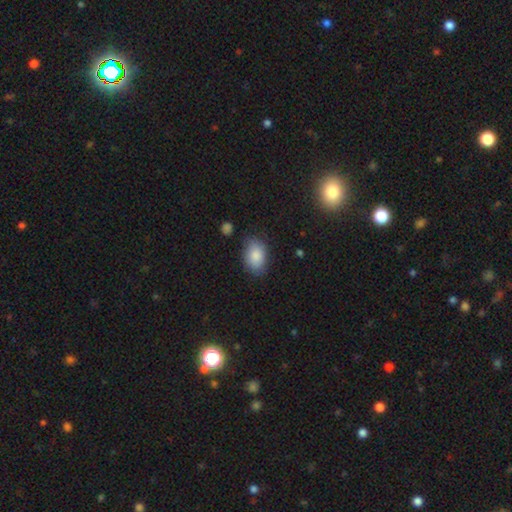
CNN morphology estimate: This is clearly a smooth galaxy (85%). How rounded: clearly in between (87%). Merging: likely none (76%).